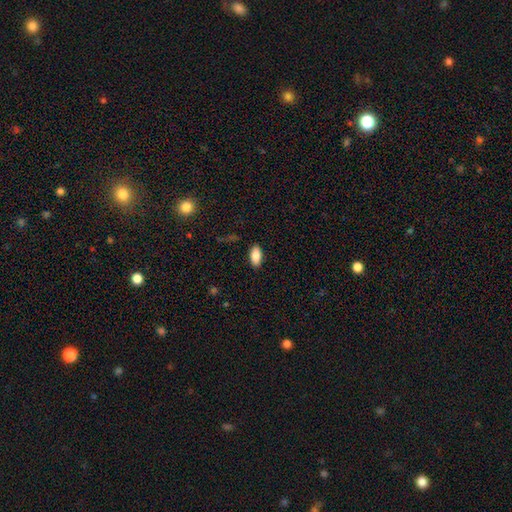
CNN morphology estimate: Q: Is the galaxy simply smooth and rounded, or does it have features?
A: smooth — 86%.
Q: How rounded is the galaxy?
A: in between — 91%.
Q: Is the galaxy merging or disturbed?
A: none — 88%.